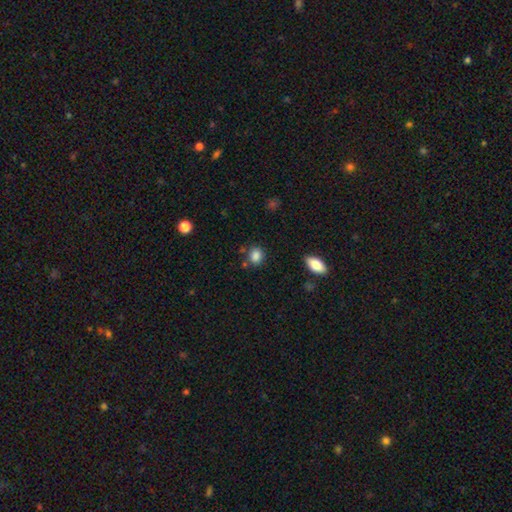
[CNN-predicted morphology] smooth-or-featured: smooth: 85% | star or artifact: 10% | featured or disk: 5%
  how-rounded: round: 54% | in between: 45% | cigar-shaped: 1%
  merging: none: 76% | minor disturbance: 15% | merger: 6% | major disturbance: 4%